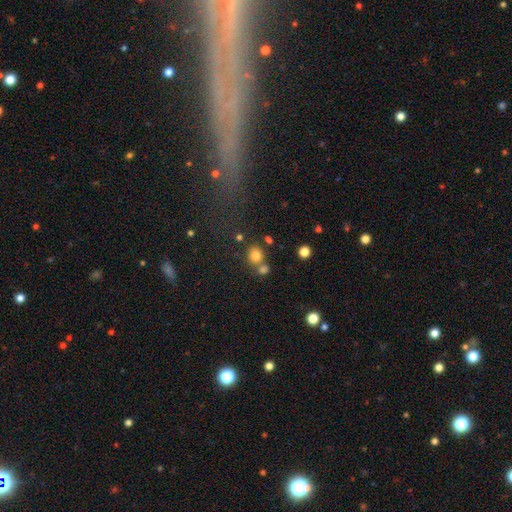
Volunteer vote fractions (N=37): Smooth or featured: smooth — 84% (featured or disk — 11%)
How rounded: round — 68% (in between — 32%)
Merging: none — 57% (merger — 23%)